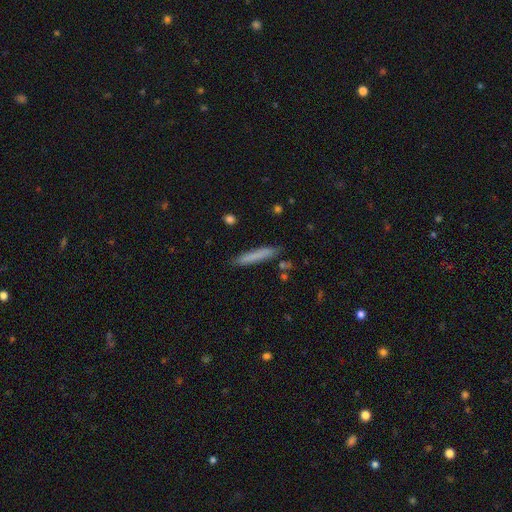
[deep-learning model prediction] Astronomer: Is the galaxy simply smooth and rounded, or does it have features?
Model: smooth — 77%.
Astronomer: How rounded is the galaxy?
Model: cigar-shaped — 94%.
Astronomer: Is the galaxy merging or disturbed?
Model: none — 86%.